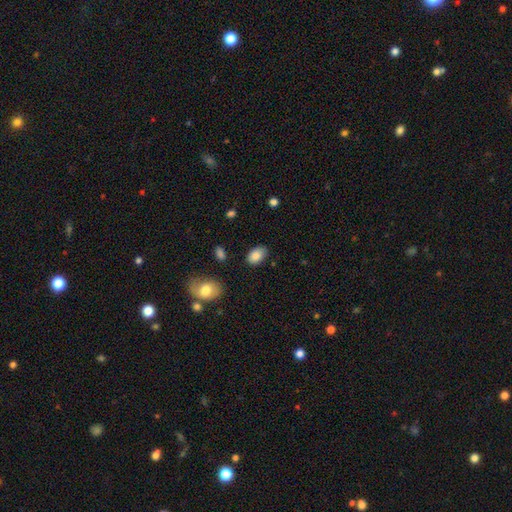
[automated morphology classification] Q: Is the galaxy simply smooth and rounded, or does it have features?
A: smooth — 86%.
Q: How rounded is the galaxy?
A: in between — 89%.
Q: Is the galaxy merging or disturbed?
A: none — 81%.